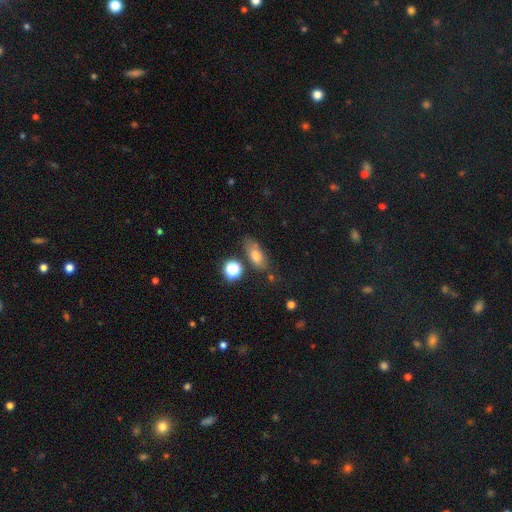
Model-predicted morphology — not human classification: Q: Smooth or featured?
A: smooth (73%); runner-up: featured or disk (14%)
Q: How rounded?
A: in between (74%); runner-up: cigar-shaped (16%)
Q: Merging?
A: none (65%); runner-up: minor disturbance (19%)